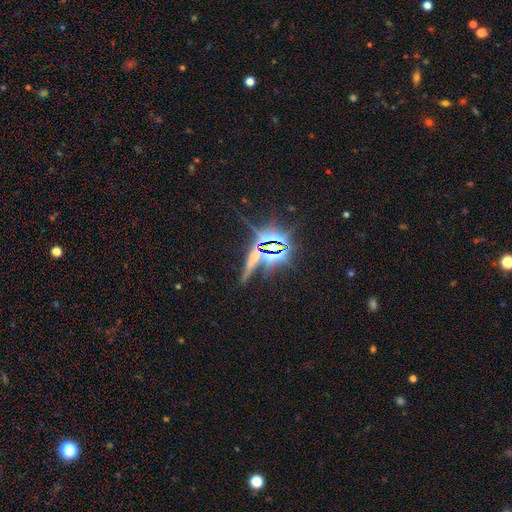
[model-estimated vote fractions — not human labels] Smooth or featured?
  - star or artifact: 76% *
  - featured or disk: 13%
  - smooth: 11%